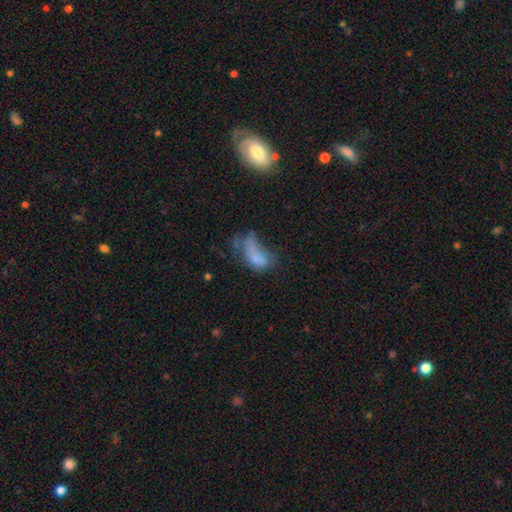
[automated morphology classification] type=smooth (58%); roundness=in between (86%); merging=major disturbance (44%).